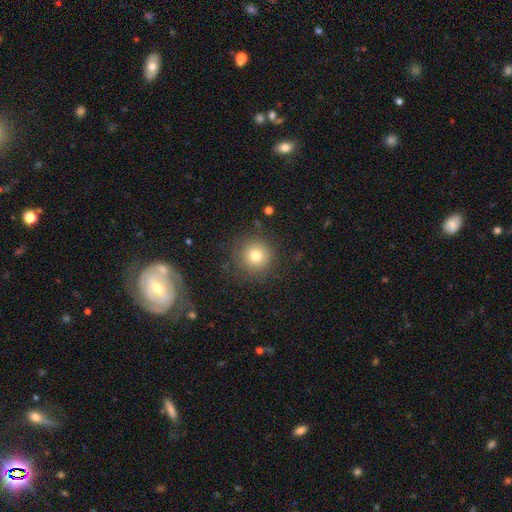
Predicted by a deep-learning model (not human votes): smooth_or_featured: smooth (p=0.79) [alt: star or artifact p=0.12]
how_rounded: round (p=0.95) [alt: in between p=0.04]
merging: none (p=0.84) [alt: minor disturbance p=0.10]